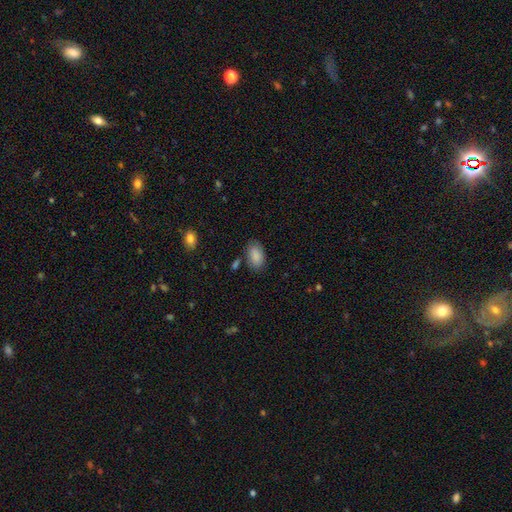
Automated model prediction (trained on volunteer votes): This appears to be a smooth galaxy with no disk features (88%) that is in between round and cigar-shaped (93%). Merging: none (78%).